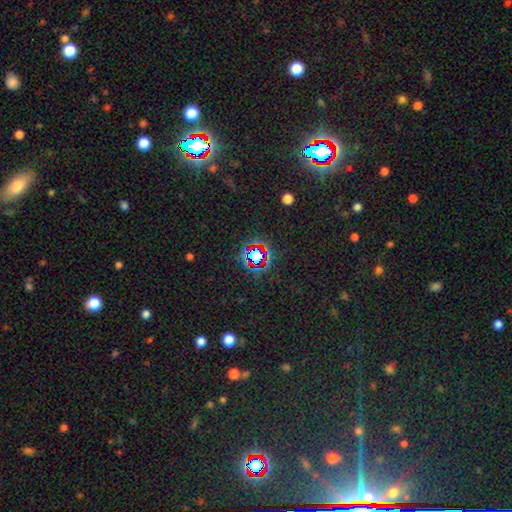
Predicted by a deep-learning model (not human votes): This appears to be a star or artifact, not a galaxy (71%).